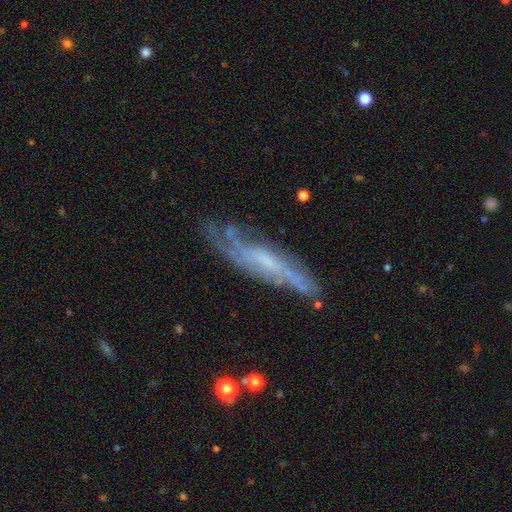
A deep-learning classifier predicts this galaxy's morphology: A featured or disk galaxy (70%). Merging: none (68%).